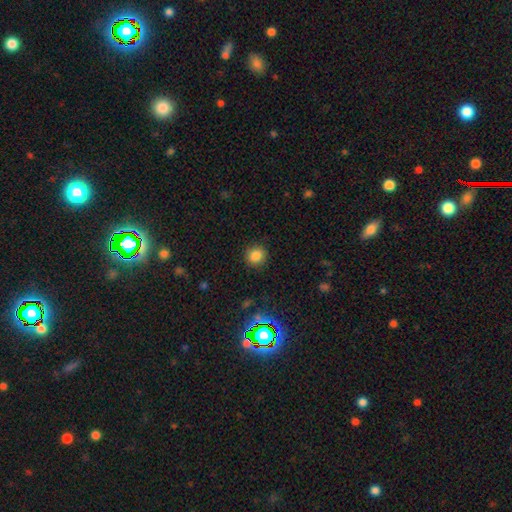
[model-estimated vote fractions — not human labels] This appears to be a smooth galaxy with no disk features (82%) that is round (87%). Merging: none (89%).